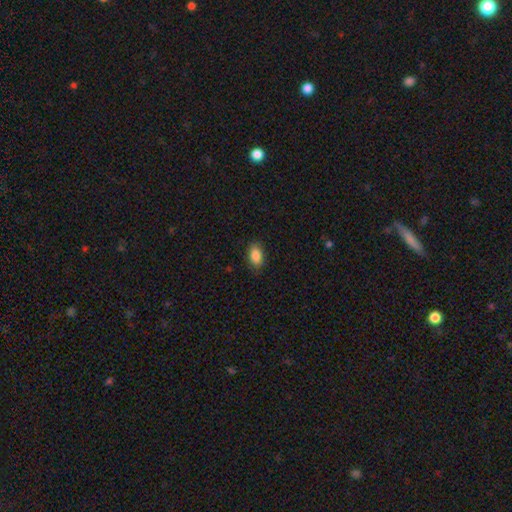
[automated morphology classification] smooth_or_featured: smooth (p=0.87) [alt: star or artifact p=0.07]
how_rounded: in between (p=0.91) [alt: round p=0.07]
merging: none (p=0.85) [alt: minor disturbance p=0.11]